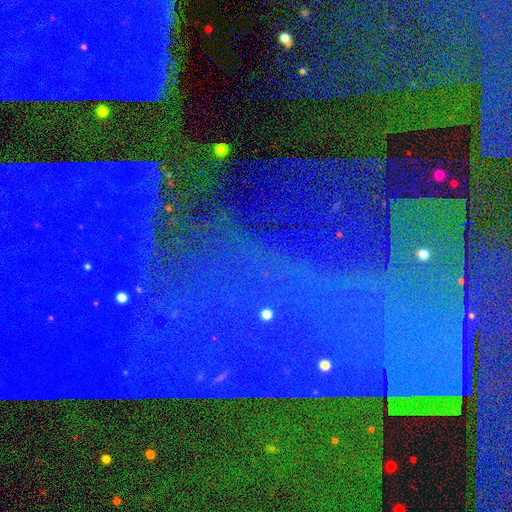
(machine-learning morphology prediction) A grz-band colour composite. It shows a star or artifact, not a galaxy (85%).